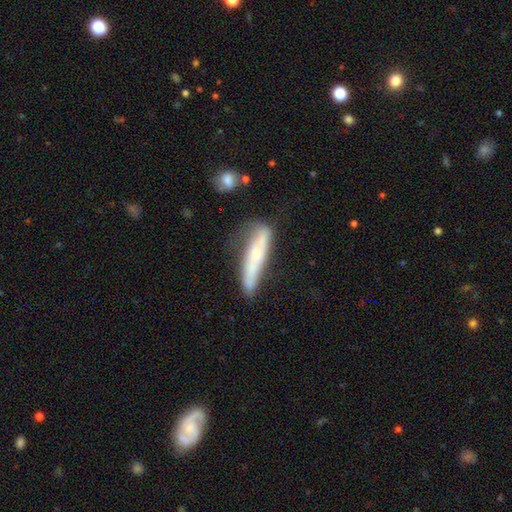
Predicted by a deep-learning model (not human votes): Smooth or featured: smooth — 48% (featured or disk — 45%)
Merging: none — 54% (minor disturbance — 29%)